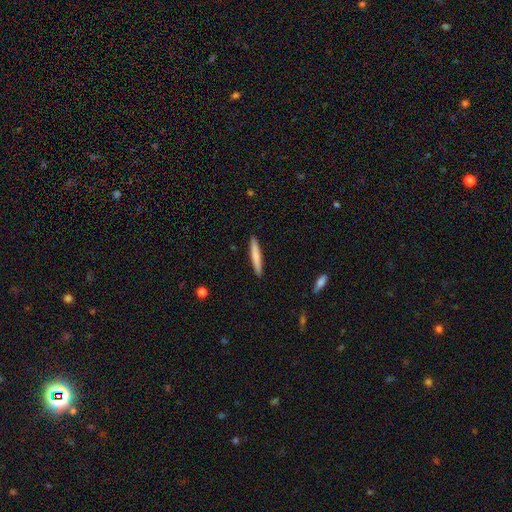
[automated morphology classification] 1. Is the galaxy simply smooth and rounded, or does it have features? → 74% smooth, 21% featured or disk, 5% star or artifact.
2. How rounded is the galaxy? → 95% cigar-shaped, 4% in between, 1% round.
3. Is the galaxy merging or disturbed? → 92% none, 6% minor disturbance, 1% major disturbance, 1% merger.